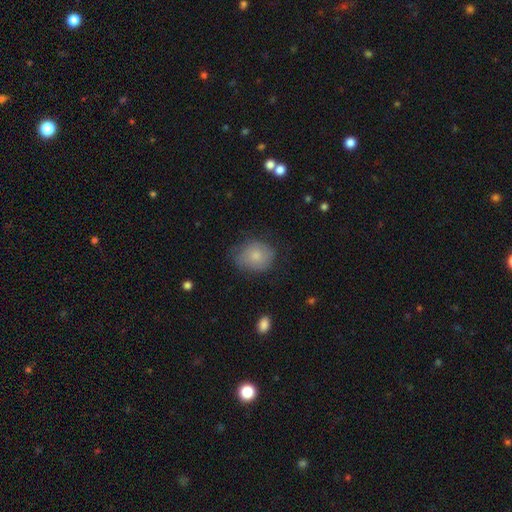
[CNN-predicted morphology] smooth-or-featured: smooth: 75% | featured or disk: 17% | star or artifact: 8%
  how-rounded: round: 57% | in between: 42% | cigar-shaped: 1%
  merging: none: 65% | minor disturbance: 26% | major disturbance: 8% | merger: 1%